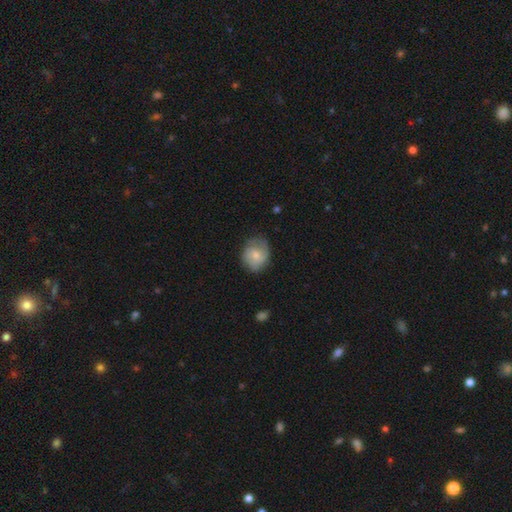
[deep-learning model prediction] Q: Smooth or featured?
A: smooth (65%); runner-up: featured or disk (29%)
Q: How rounded?
A: round (66%); runner-up: in between (33%)
Q: Merging?
A: none (68%); runner-up: minor disturbance (24%)